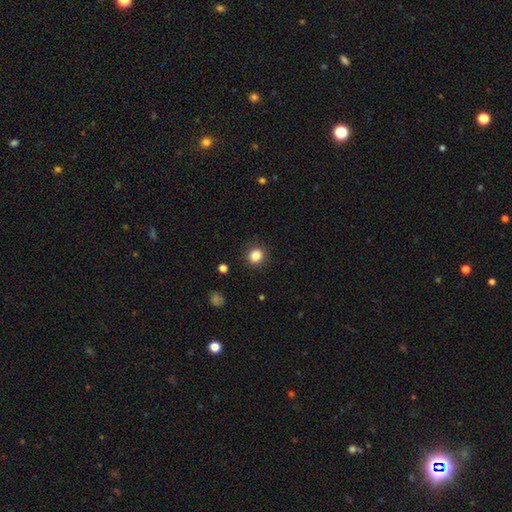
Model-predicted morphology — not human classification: Smooth or featured: smooth — 85% (star or artifact — 11%)
How rounded: round — 88% (in between — 11%)
Merging: none — 90% (minor disturbance — 6%)